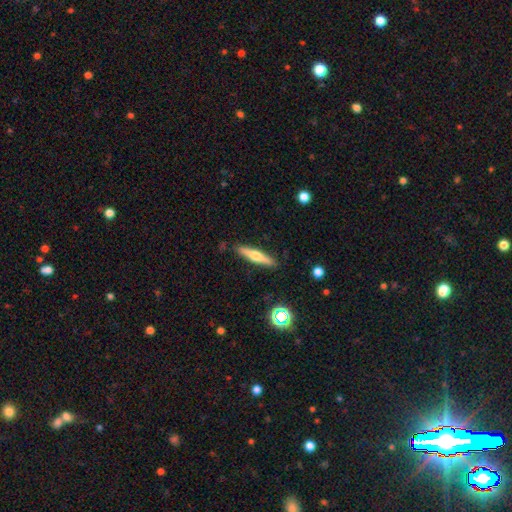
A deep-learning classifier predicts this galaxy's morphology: This is possibly a featured or disk galaxy (54%). It is clearly viewed edge-on (95%). Edge-on bulge: clearly rounded (91%). Merging: clearly none (88%).